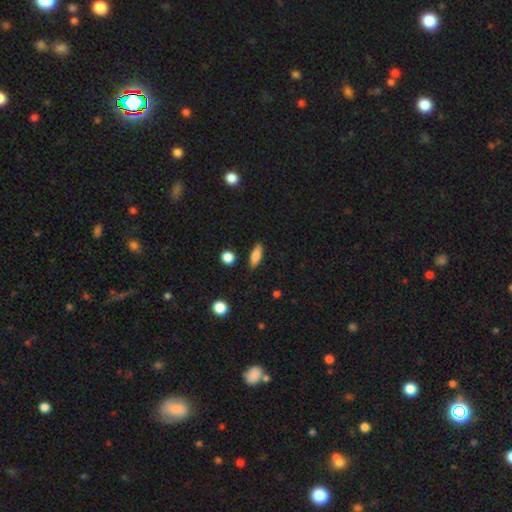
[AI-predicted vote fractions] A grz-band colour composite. It shows a smooth galaxy with no disk features (74%) that is in between round and cigar-shaped (60%). Merging: none (85%).